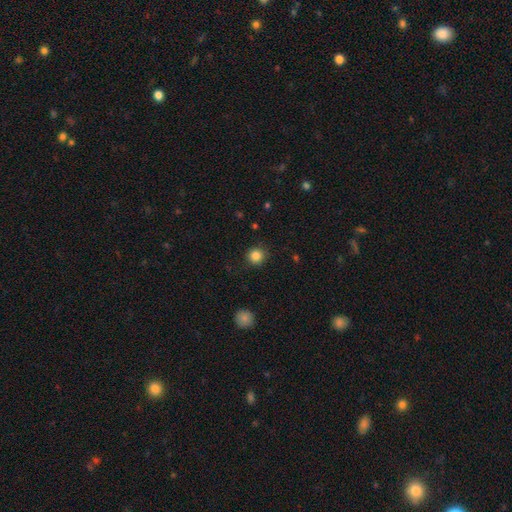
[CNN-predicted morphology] Smooth or featured? smooth (85%)
How rounded? round (94%)
Merging? none (90%)